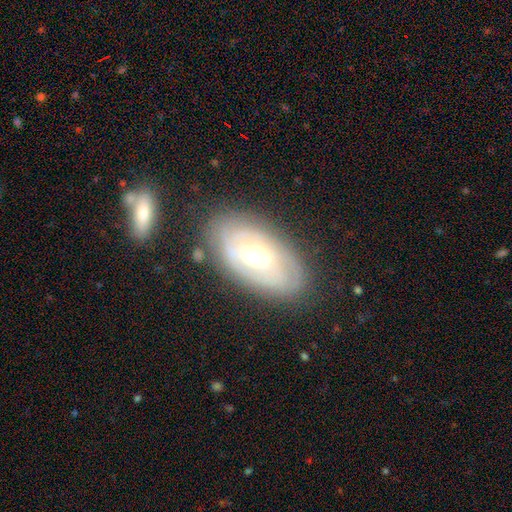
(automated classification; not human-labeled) The model was most divided on "bar": no: 47%, weak: 39%, strong: 14%. More confident: edge-on disk — no (92%); merging — none (76%); spiral arms — yes (75%); smooth or featured — featured or disk (72%); bulge size — moderate (72%).